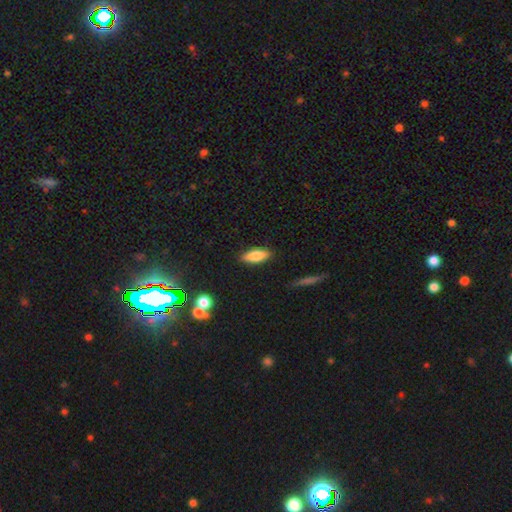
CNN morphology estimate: smooth-or-featured: smooth: 77% | featured or disk: 16% | star or artifact: 7%
  how-rounded: in between: 68% | cigar-shaped: 29% | round: 2%
  merging: none: 87% | minor disturbance: 9% | major disturbance: 2% | merger: 1%